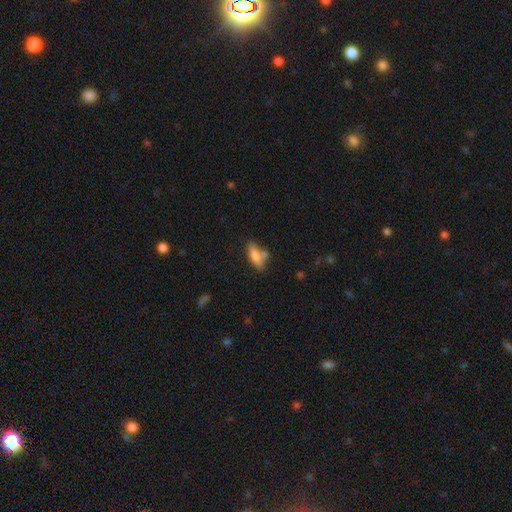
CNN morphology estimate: The model was most divided on "how rounded": in between: 58%, cigar-shaped: 39%, round: 3%. More confident: smooth or featured — smooth (72%); merging — none (61%).